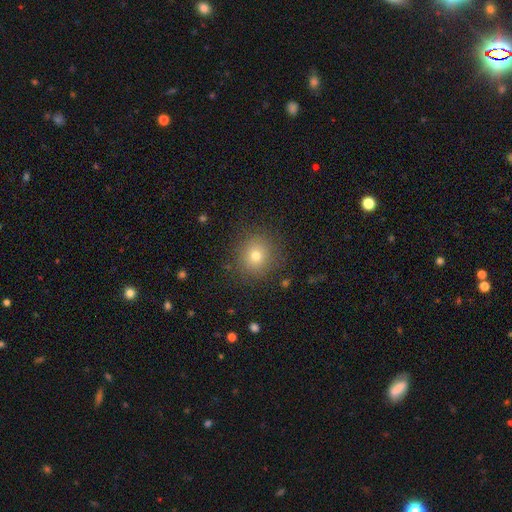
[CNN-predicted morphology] Smooth or featured? Predicted: smooth (p=0.74). How rounded? Predicted: round (p=0.89). Merging? Predicted: none (p=0.87).